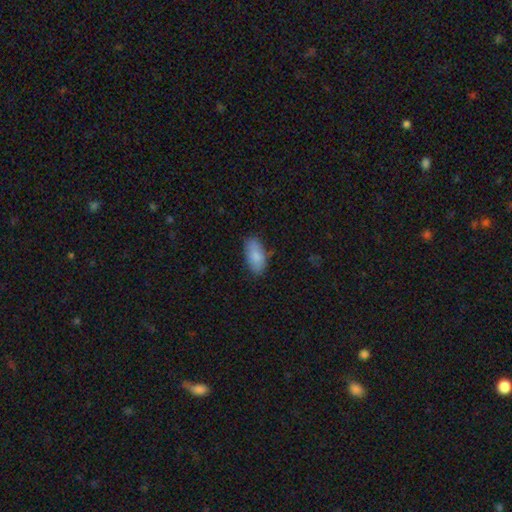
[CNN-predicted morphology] type=smooth (85%); roundness=in between (93%); merging=none (78%).